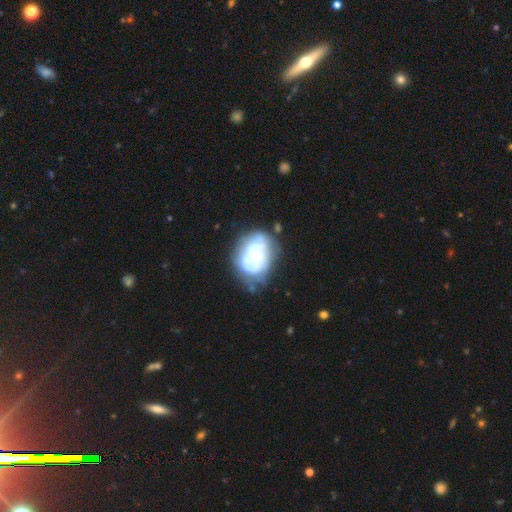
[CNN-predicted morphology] The model was most divided on "bulge size": moderate: 43%, small: 27%, large: 19%, none: 8%, dominant: 3%. Remaining: edge-on disk — no (97%); bar — no (72%); spiral arms — no (62%); smooth or featured — featured or disk (58%); merging — none (48%).